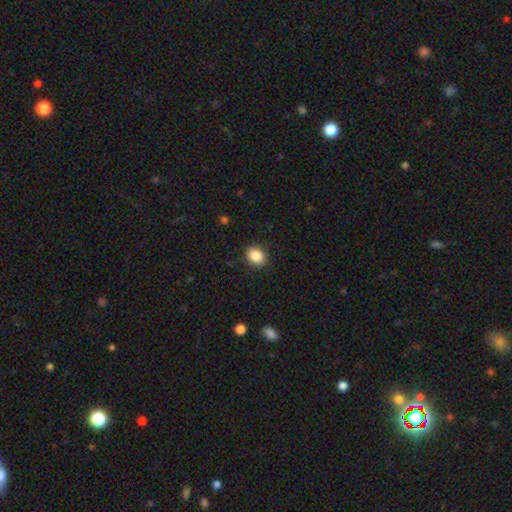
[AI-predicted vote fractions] smooth_or_featured: smooth (p=0.88) [alt: star or artifact p=0.09]
how_rounded: in between (p=0.56) [alt: round p=0.43]
merging: none (p=0.88) [alt: minor disturbance p=0.08]